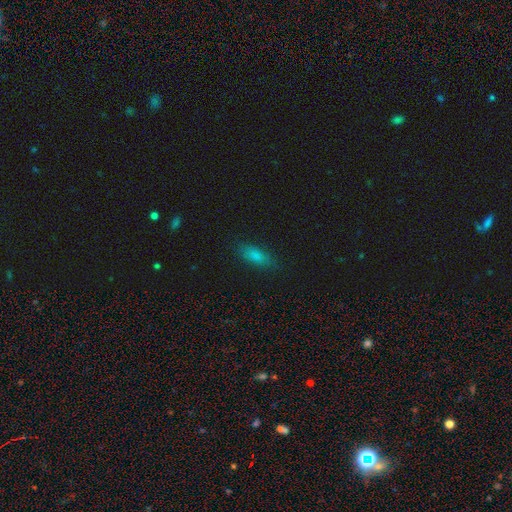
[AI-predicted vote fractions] Smooth or featured? smooth (79%)
How rounded? in between (68%)
Merging? none (83%)